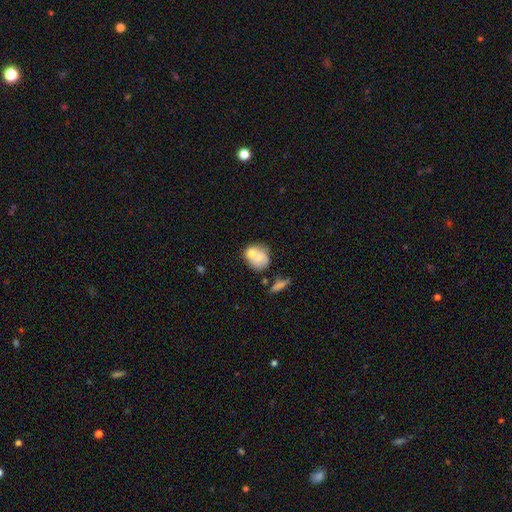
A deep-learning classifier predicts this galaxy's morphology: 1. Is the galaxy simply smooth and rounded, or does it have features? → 68% smooth, 24% featured or disk, 8% star or artifact.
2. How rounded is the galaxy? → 62% round, 37% in between, 1% cigar-shaped.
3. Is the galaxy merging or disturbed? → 48% merger, 33% none, 13% minor disturbance, 6% major disturbance.